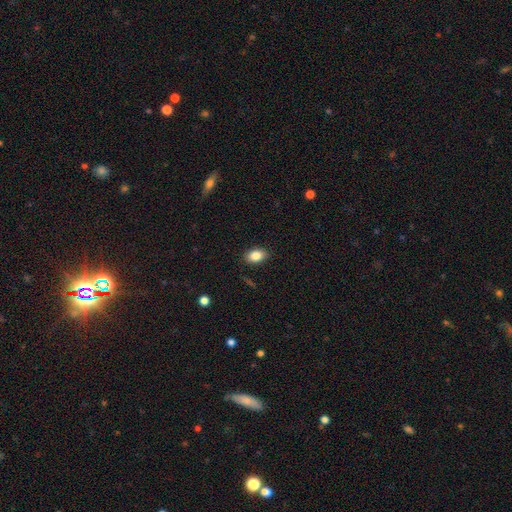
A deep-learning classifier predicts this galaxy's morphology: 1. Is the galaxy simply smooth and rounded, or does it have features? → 84% smooth, 8% star or artifact, 8% featured or disk.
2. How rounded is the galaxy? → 86% in between, 12% round, 2% cigar-shaped.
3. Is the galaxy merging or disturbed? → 87% none, 10% minor disturbance, 2% major disturbance, 1% merger.